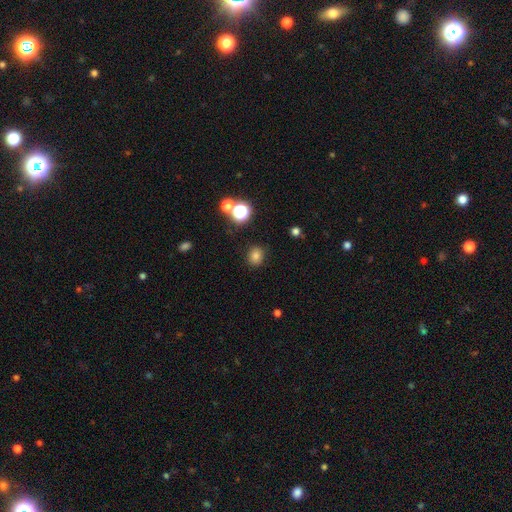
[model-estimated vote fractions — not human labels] A smooth galaxy with no disk features (78%) that is round (74%). Merging: none (87%).